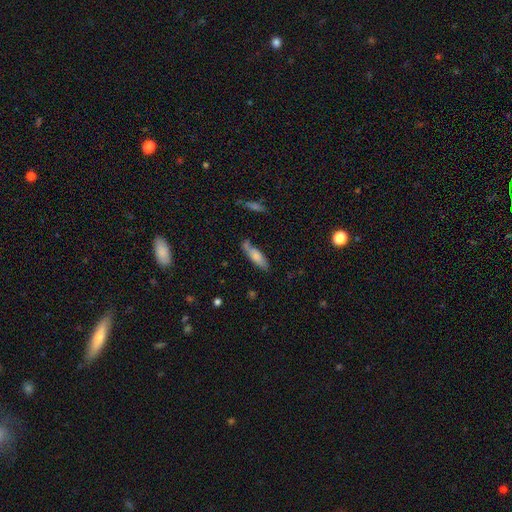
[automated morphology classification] smooth-or-featured: smooth: 72% | featured or disk: 22% | star or artifact: 7%
  how-rounded: cigar-shaped: 59% | in between: 39% | round: 2%
  merging: none: 68% | minor disturbance: 21% | merger: 6% | major disturbance: 5%